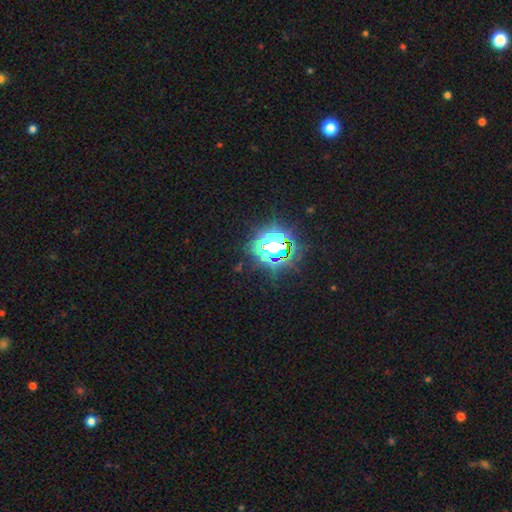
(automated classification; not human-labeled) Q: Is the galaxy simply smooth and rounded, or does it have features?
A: star or artifact — 78%.